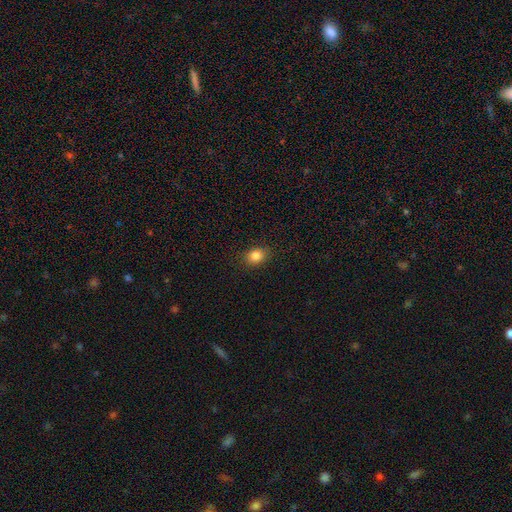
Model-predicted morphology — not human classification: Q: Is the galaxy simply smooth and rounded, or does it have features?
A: smooth — 84%.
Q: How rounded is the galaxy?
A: in between — 53%.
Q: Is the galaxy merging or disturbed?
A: none — 88%.